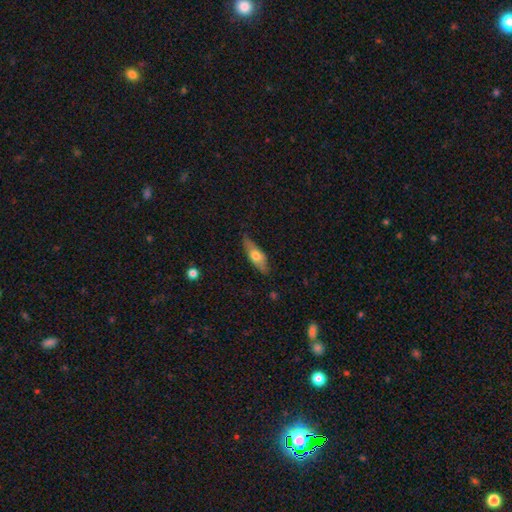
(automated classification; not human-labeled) This appears to be a smooth galaxy with no disk features (53%) that is in between round and cigar-shaped (50%). Merging: none (81%).